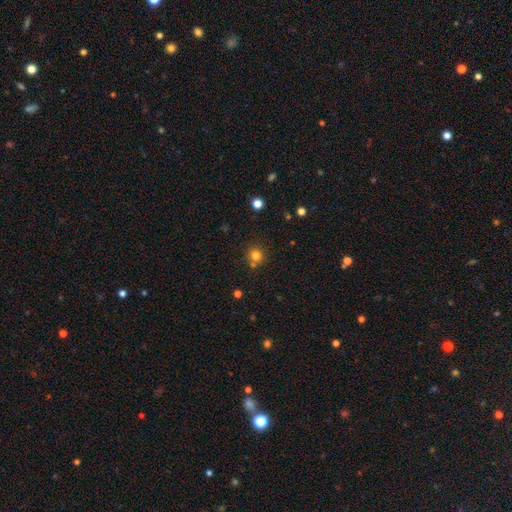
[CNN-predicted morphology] smooth 78%, star or artifact 15%, featured or disk 7%. Down the decision tree: how rounded — round (91%); merging — none (73%).